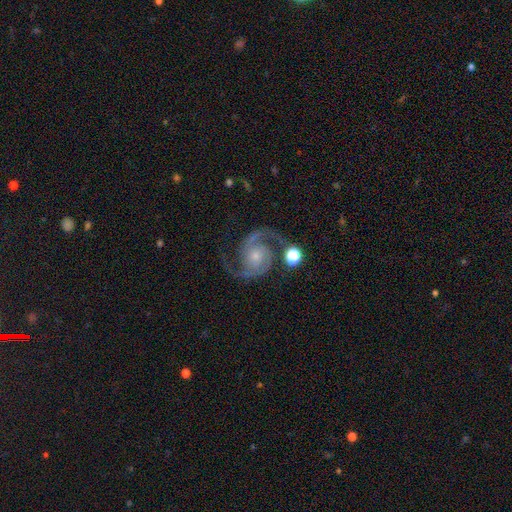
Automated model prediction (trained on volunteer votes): This is clearly a featured or disk galaxy (93%). It is clearly not viewed edge-on (98%). Bar: likely no (70%). Spiral arm pattern: clearly yes (99%). Spiral arm count: clearly 2 (93%). Spiral winding: likely medium (60%). Central bulge: possibly small (54%). Merging: likely none (78%).